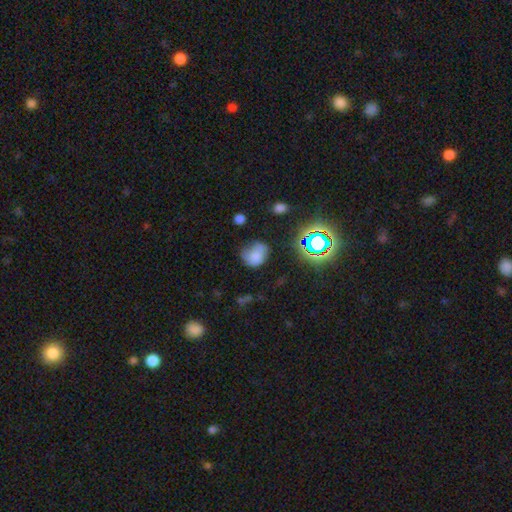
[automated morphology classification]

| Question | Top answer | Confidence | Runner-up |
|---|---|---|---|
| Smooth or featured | smooth | 69% | star or artifact (17%) |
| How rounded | round | 58% | in between (41%) |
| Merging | none | 46% | minor disturbance (32%) |